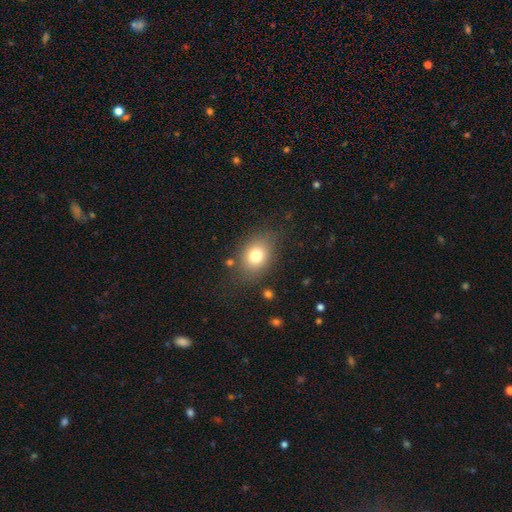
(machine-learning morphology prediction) A smooth galaxy with no disk features (77%) that is in between round and cigar-shaped (64%).

Vote fractions:
- Smooth or featured? smooth: 77% / featured or disk: 12% / star or artifact: 11%
- How rounded? in between: 64% / round: 35% / cigar-shaped: 1%
- Merging? none: 77% / minor disturbance: 15% / major disturbance: 6% / merger: 3%